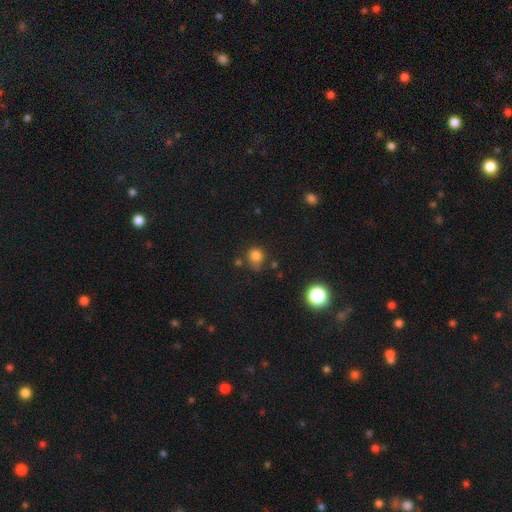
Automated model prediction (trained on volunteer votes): This is likely a smooth galaxy (80%). How rounded: clearly round (80%). Merging: possibly none (56%).